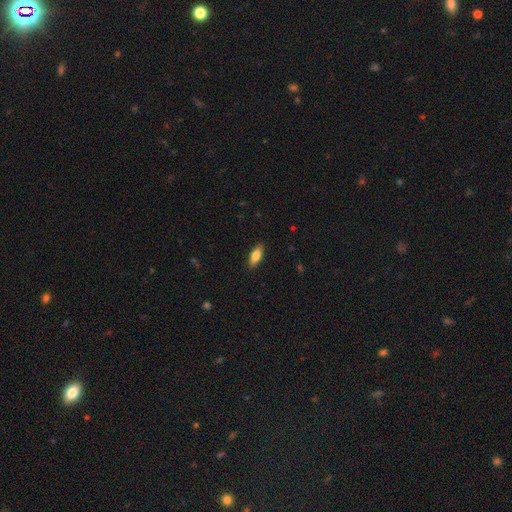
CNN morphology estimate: Smooth or featured? smooth (74%)
How rounded? in between (73%)
Merging? none (88%)